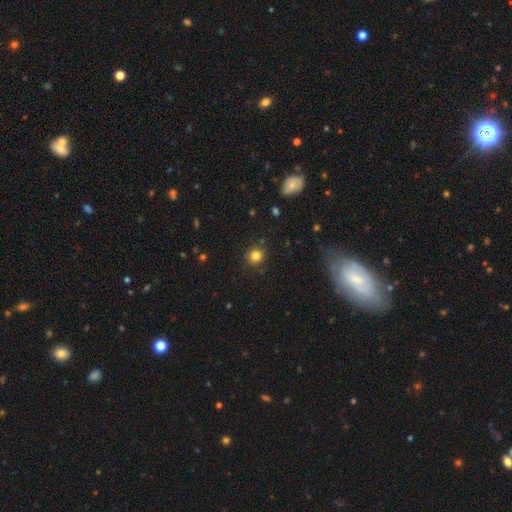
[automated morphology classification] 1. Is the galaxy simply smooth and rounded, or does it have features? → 81% smooth, 13% star or artifact, 6% featured or disk.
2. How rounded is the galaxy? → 89% round, 10% in between, 1% cigar-shaped.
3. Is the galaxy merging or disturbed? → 87% none, 9% minor disturbance, 2% major disturbance, 2% merger.